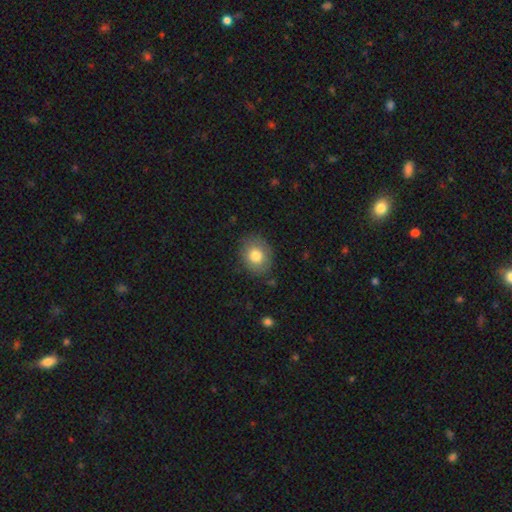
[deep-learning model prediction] Smooth or featured? Predicted: smooth (p=0.79). How rounded? Predicted: round (p=0.56). Merging? Predicted: none (p=0.82).